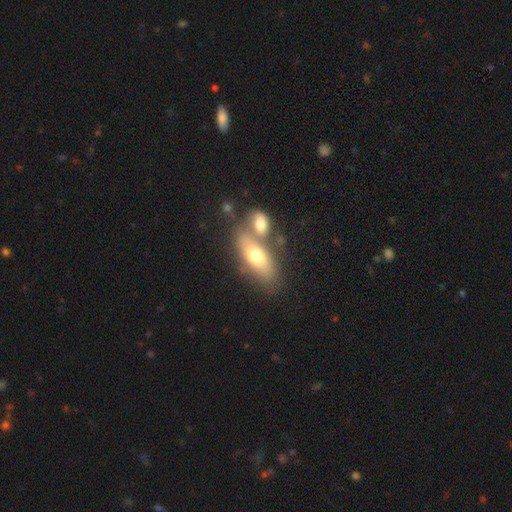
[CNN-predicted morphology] Smooth or featured?
  - smooth: 63% *
  - featured or disk: 30%
  - star or artifact: 7%
How rounded?
  - in between: 74% *
  - cigar-shaped: 21%
  - round: 5%
Merging?
  - none: 42% * (tied)
  - merger: 42% * (tied)
  - minor disturbance: 11%
  - major disturbance: 5%